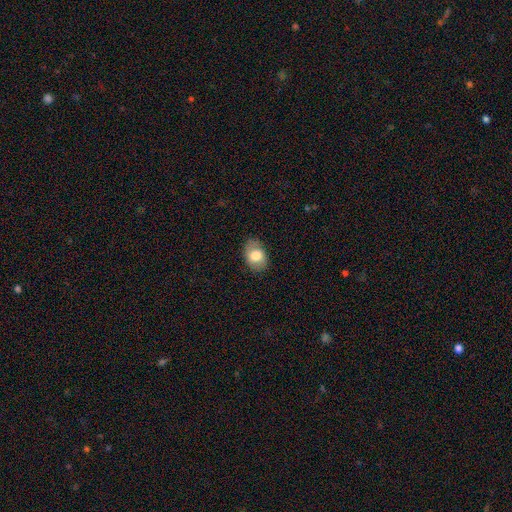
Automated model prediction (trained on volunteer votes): smooth 75%, featured or disk 18%, star or artifact 7%. Down the decision tree: how rounded — in between (80%); merging — none (82%).